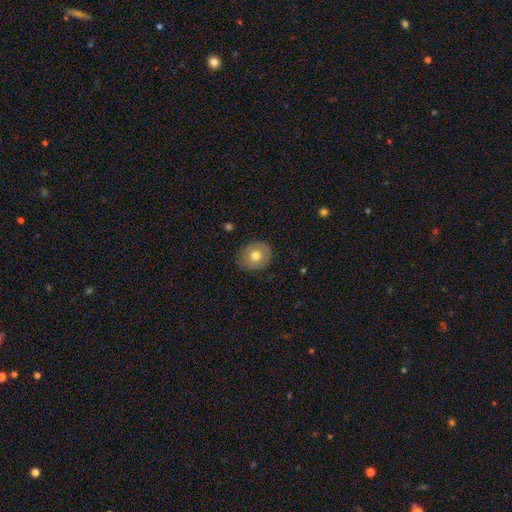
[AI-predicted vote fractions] smooth_or_featured: smooth (p=0.72) [alt: featured or disk p=0.20]
how_rounded: round (p=0.62) [alt: in between p=0.37]
merging: none (p=0.85) [alt: minor disturbance p=0.11]